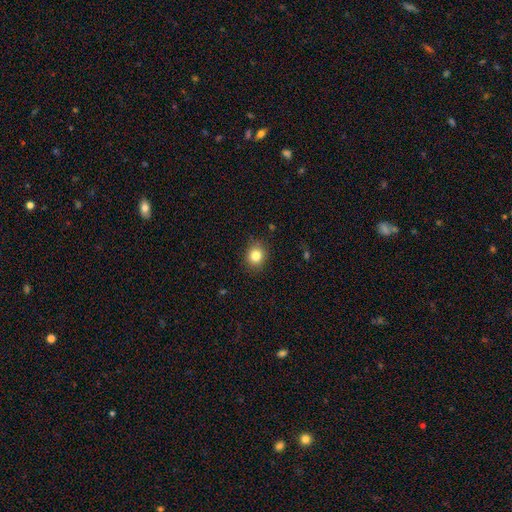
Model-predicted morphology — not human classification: Smooth or featured: smooth — 83% (star or artifact — 11%)
How rounded: round — 77% (in between — 22%)
Merging: none — 87% (minor disturbance — 9%)